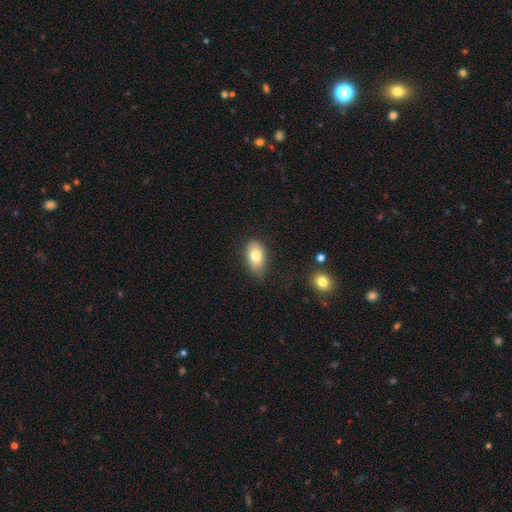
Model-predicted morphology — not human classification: smooth 77%, featured or disk 15%, star or artifact 8%. Down the decision tree: how rounded — in between (89%); merging — none (67%).